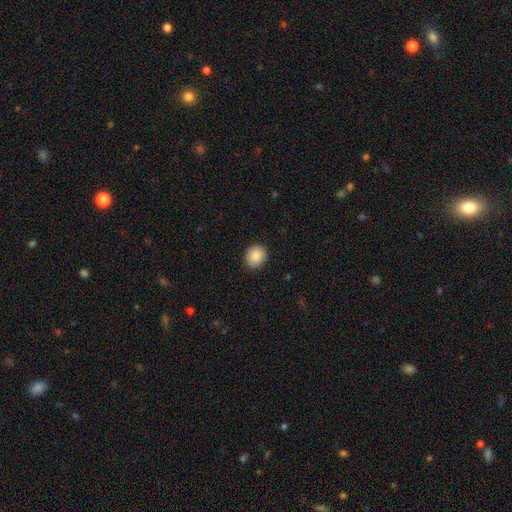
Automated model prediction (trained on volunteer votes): Smooth or featured?
  - smooth: 87% *
  - star or artifact: 8%
  - featured or disk: 5%
How rounded?
  - round: 77% *
  - in between: 23%
  - cigar-shaped: 1%
Merging?
  - none: 89% *
  - minor disturbance: 8%
  - major disturbance: 2%
  - merger: 1%